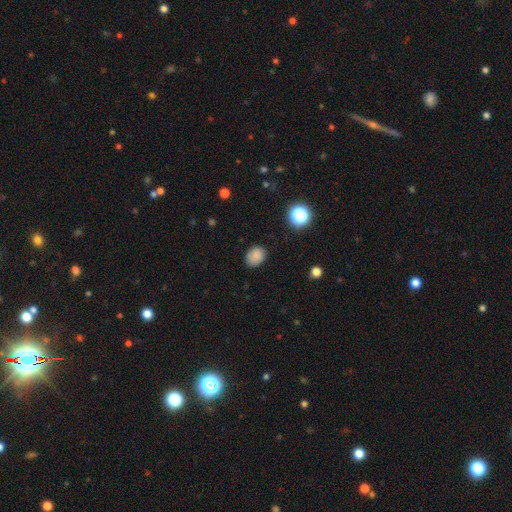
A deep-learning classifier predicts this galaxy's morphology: The model was most divided on "how rounded": round: 52%, in between: 47%, cigar-shaped: 1%. More confident: smooth or featured — smooth (83%); merging — none (81%).